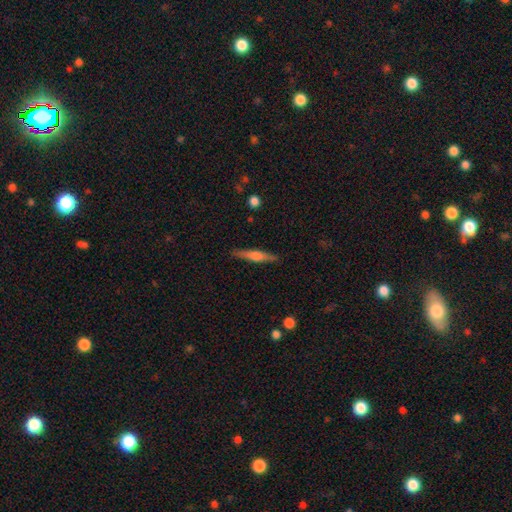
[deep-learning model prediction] smooth_or_featured: featured or disk (p=0.57) [alt: smooth p=0.37]
disk_edge_on: yes (p=0.97) [alt: no p=0.03]
edge_on_bulge: rounded (p=0.77) [alt: boxy p=0.16]
merging: none (p=0.89) [alt: minor disturbance p=0.08]